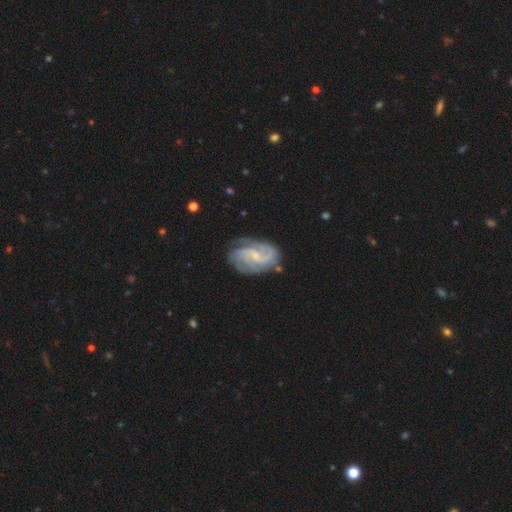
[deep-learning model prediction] A featured or disk galaxy (87%) with a weak bar (46%), 2 (33%) medium (45%) spiral arms (97%) and a small central bulge (70%).

Vote fractions:
- Smooth or featured? featured or disk: 87% / smooth: 7% / star or artifact: 5%
- Edge-on disk? no: 98% / yes: 2%
- Bar? weak: 46% / no: 44% / strong: 10%
- Spiral arms? yes: 97% / no: 3%
- Spiral winding? medium: 45% / tight: 42% / loose: 13%
- Spiral arm count? 2: 33% / 3: 30% / can't tell: 17% / 4: 10% / 1: 5% / more than 4: 5%
- Bulge size? small: 70% / moderate: 19% / none: 9% / large: 1% / dominant: 1%
- Merging? none: 73% / minor disturbance: 19% / major disturbance: 7% / merger: 2%